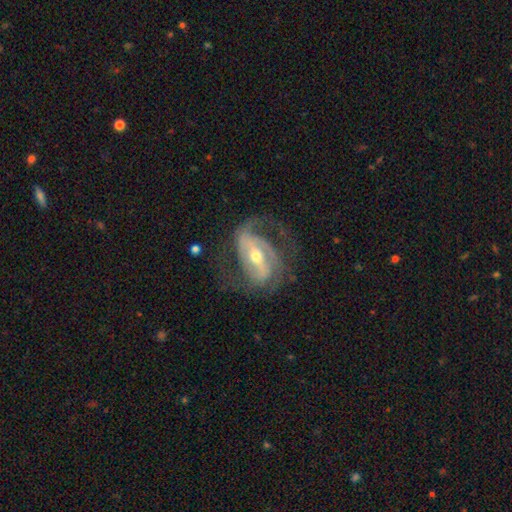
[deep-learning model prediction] A featured or disk galaxy (89%) with a strong bar (56%), 2 (77%) medium (50%) spiral arms (96%) and a moderate central bulge (57%).

Vote fractions:
- Smooth or featured? featured or disk: 89% / smooth: 6% / star or artifact: 5%
- Edge-on disk? no: 96% / yes: 4%
- Bar? strong: 56% / weak: 31% / no: 14%
- Spiral arms? yes: 96% / no: 4%
- Spiral winding? medium: 50% / tight: 27% / loose: 22%
- Spiral arm count? 2: 77% / 3: 9% / can't tell: 6% / 1: 4% / 4: 2% / more than 4: 2%
- Bulge size? moderate: 57% / small: 38% / large: 3% / none: 1% / dominant: 1%
- Merging? none: 65% / major disturbance: 17% / minor disturbance: 17% / merger: 1%